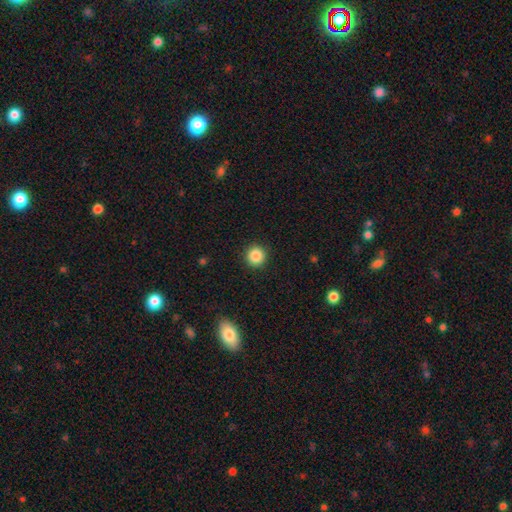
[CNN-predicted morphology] Smooth or featured? smooth (87%)
How rounded? round (94%)
Merging? none (92%)